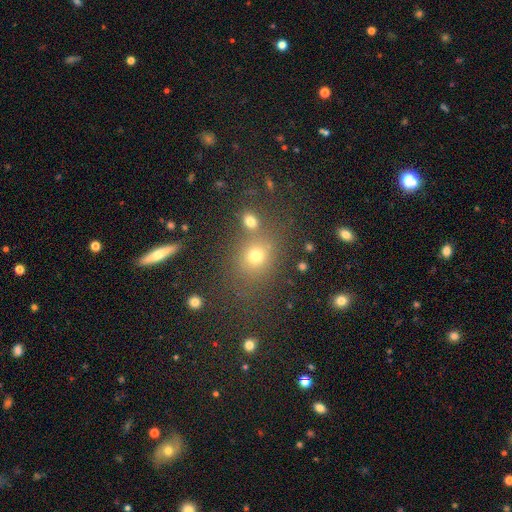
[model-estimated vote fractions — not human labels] smooth 69%, star or artifact 20%, featured or disk 11%. Down the decision tree: how rounded — round (65%); merging — none (65%).